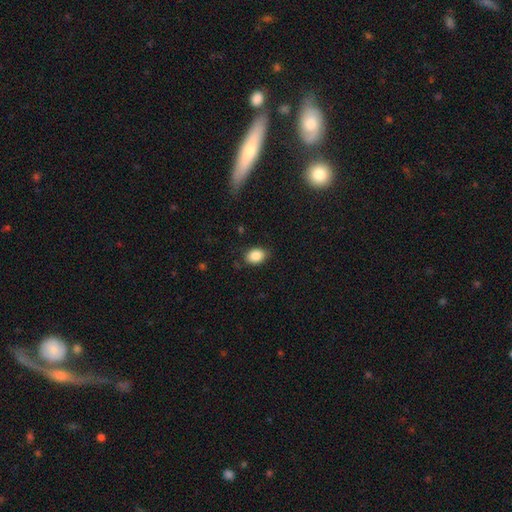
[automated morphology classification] smooth_or_featured: smooth (p=0.87) [alt: star or artifact p=0.09]
how_rounded: in between (p=0.70) [alt: round p=0.29]
merging: none (p=0.82) [alt: minor disturbance p=0.13]